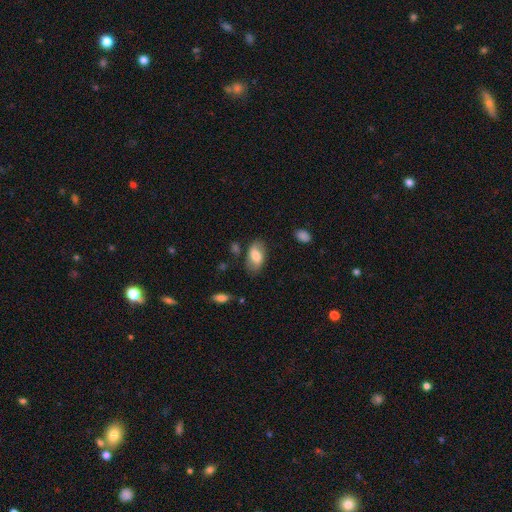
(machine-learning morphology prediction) This appears to be a smooth galaxy with no disk features (74%) that is in between round and cigar-shaped (93%). Merging: none (71%).